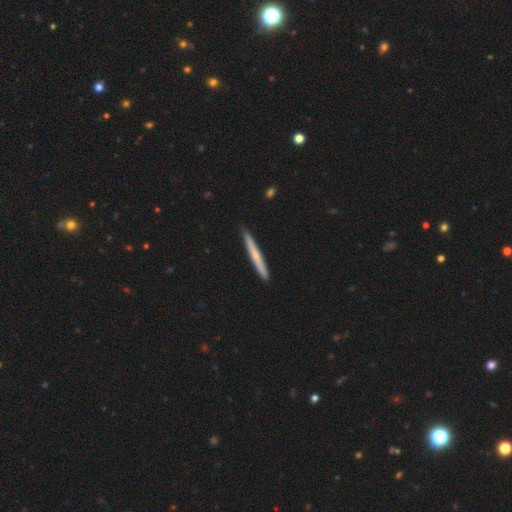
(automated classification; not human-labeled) The model was most divided on "smooth or featured": smooth: 55%, featured or disk: 39%, star or artifact: 5%. More confident: how rounded — cigar-shaped (97%); merging — none (90%).